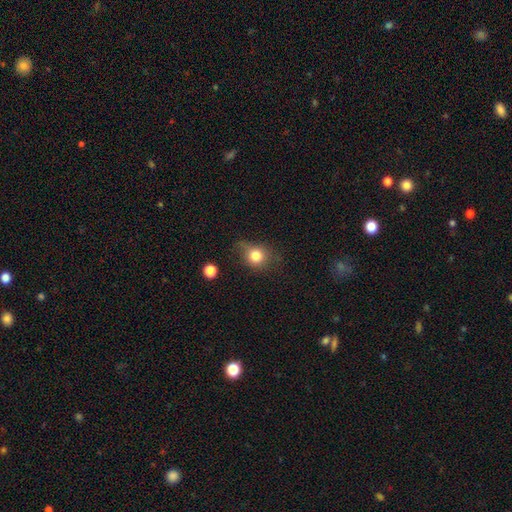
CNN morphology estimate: This appears to be a smooth galaxy with no disk features (78%) that is round (73%). Merging: none (52%).